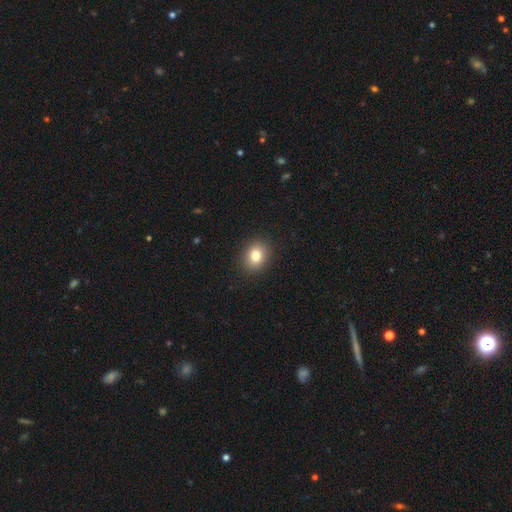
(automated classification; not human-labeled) This appears to be a smooth galaxy with no disk features (82%) that is in between round and cigar-shaped (50%). Merging: none (89%).